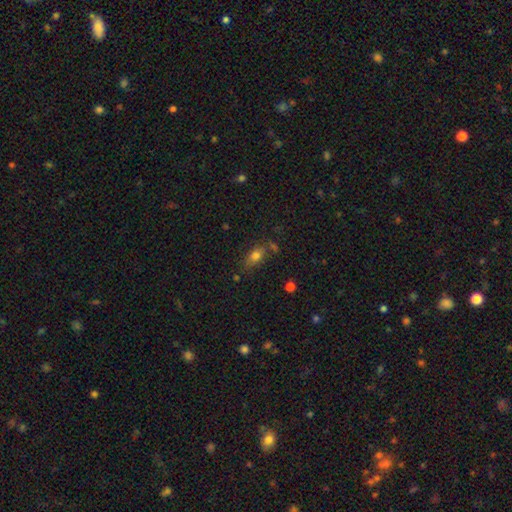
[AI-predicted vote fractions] smooth 74%, featured or disk 13%, star or artifact 13%. Down the decision tree: how rounded — in between (79%); merging — none (66%).